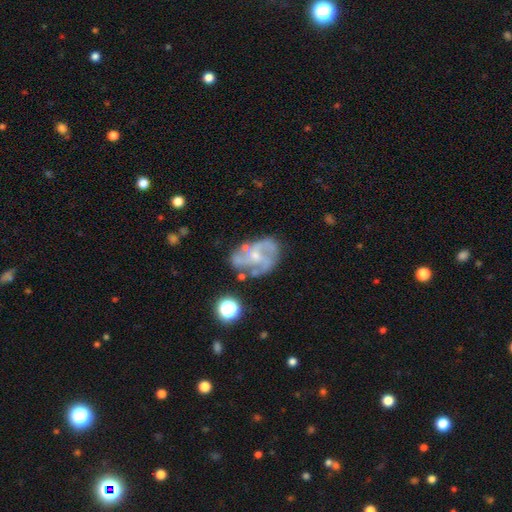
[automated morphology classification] Smooth or featured? featured or disk (79%)
Edge-on disk? no (97%)
Bar? no (61%)
Spiral arms? yes (86%)
Spiral winding? medium (46%)
Spiral arm count? 3 (33%)
Bulge size? small (62%)
Merging? none (57%)